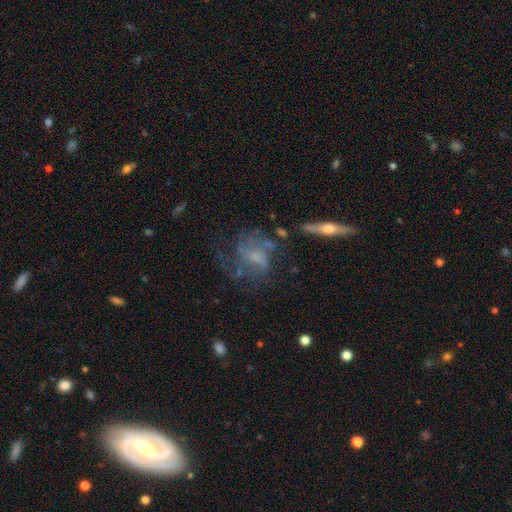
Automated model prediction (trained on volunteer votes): Smooth or featured? Predicted: featured or disk (p=0.65). Edge-on disk? Predicted: no (p=0.92). Bar? Predicted: no (p=0.59). Spiral arms? Predicted: yes (p=0.62). Bulge size? Predicted: small (p=0.36). Merging? Predicted: none (p=0.43).